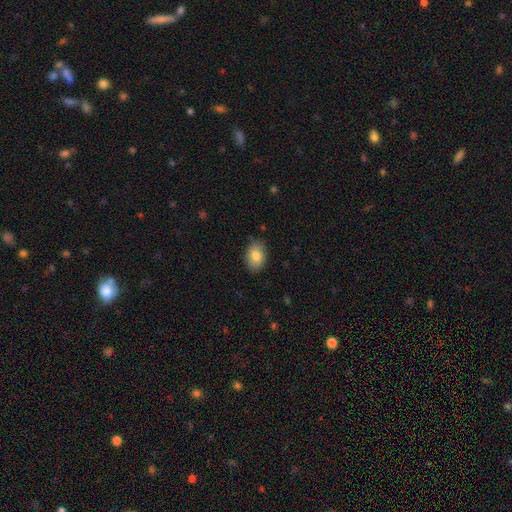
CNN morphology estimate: Overall: smooth (82%). How rounded: in between (81%). Merging: none (84%).